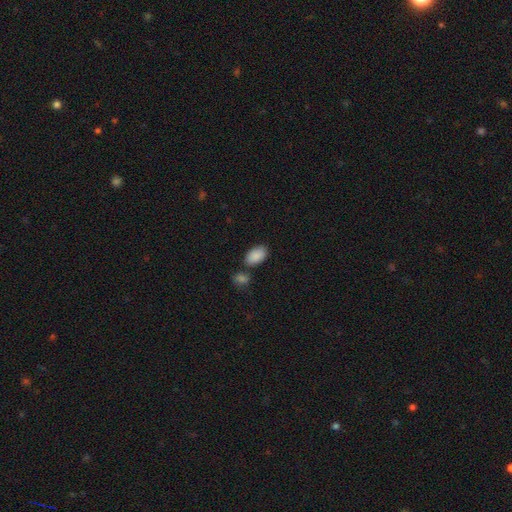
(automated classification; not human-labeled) Morphology: type=smooth (89%); roundness=in between (94%); merging=none (69%).